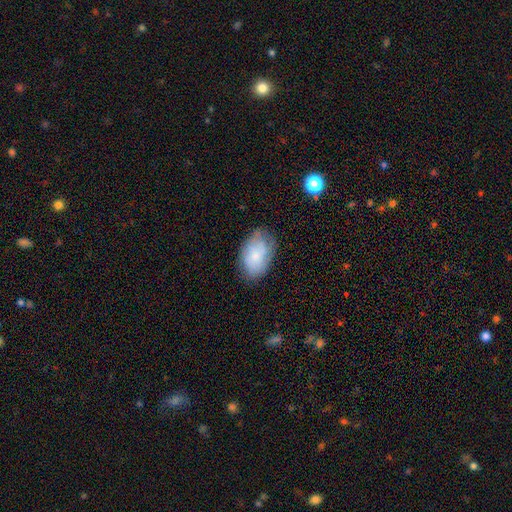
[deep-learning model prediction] This appears to be a smooth galaxy with no disk features (66%) that is in between round and cigar-shaped (88%). Merging: none (71%).